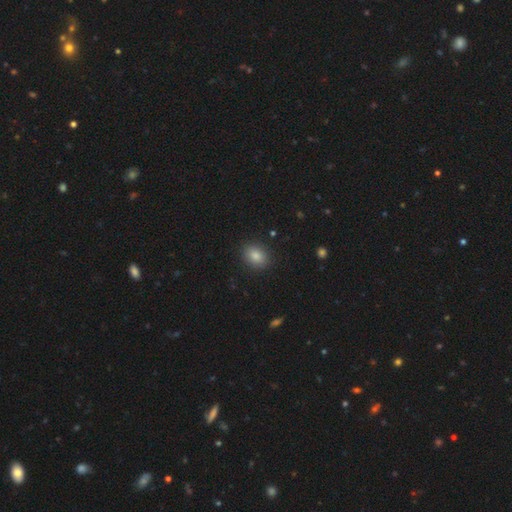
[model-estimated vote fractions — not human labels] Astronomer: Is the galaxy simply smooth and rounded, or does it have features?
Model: smooth — 85%.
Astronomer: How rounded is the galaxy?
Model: in between — 59% (runner-up: round, 40%).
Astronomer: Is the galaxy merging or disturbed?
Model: none — 88%.